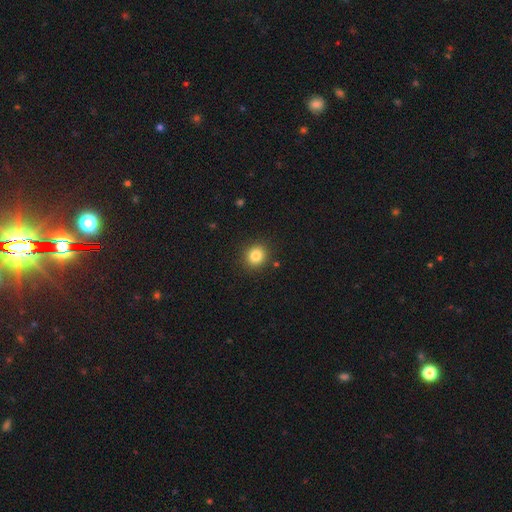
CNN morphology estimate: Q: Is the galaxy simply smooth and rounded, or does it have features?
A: smooth — 83%.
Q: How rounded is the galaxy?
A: round — 82%.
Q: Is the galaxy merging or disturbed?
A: none — 89%.